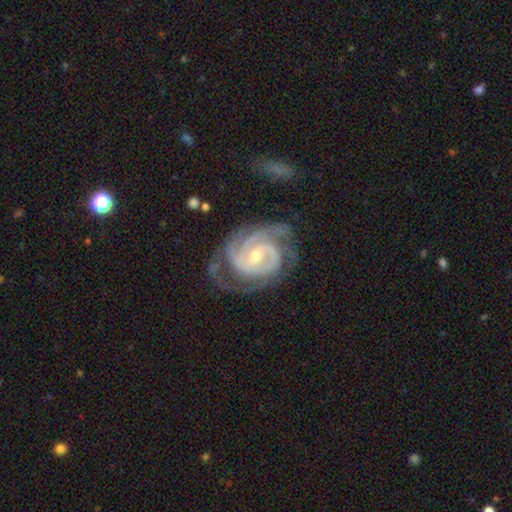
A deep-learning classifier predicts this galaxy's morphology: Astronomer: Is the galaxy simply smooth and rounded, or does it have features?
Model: featured or disk — 93%.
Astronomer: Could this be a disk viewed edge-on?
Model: no — 98%.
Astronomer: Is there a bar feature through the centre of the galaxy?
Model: weak — 43% (runner-up: no, 36%).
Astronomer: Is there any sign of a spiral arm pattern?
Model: yes — 99%.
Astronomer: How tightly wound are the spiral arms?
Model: tight — 67%.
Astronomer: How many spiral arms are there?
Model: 3 — 41% (runner-up: 2, 30%).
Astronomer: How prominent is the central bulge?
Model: small — 58% (runner-up: moderate, 39%).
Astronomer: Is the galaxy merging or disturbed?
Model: none — 67%.